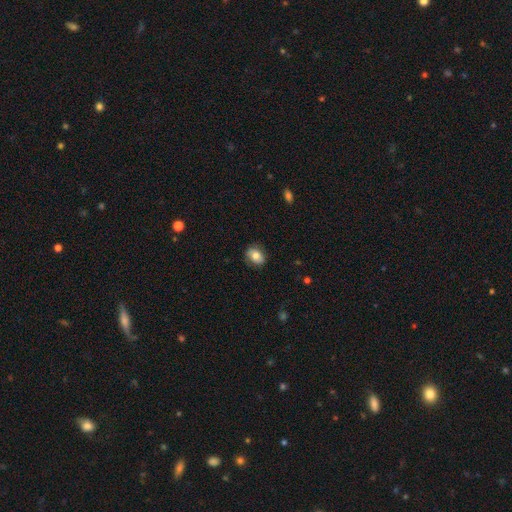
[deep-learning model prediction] Smooth or featured: smooth — 70% (featured or disk — 21%)
How rounded: in between — 55% (round — 44%)
Merging: none — 81% (minor disturbance — 15%)